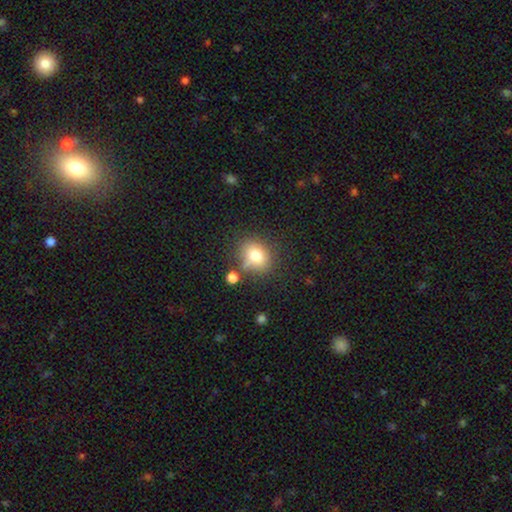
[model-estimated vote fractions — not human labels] Q: Smooth or featured?
A: smooth (77%); runner-up: star or artifact (12%)
Q: How rounded?
A: round (65%); runner-up: in between (34%)
Q: Merging?
A: none (66%); runner-up: minor disturbance (17%)